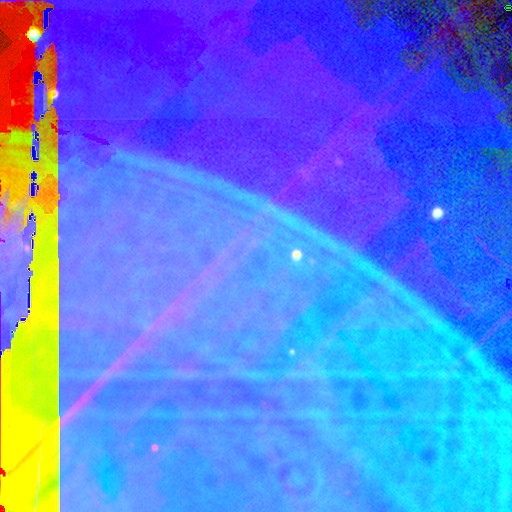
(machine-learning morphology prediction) smooth-or-featured: star or artifact: 88% | featured or disk: 7% | smooth: 5%